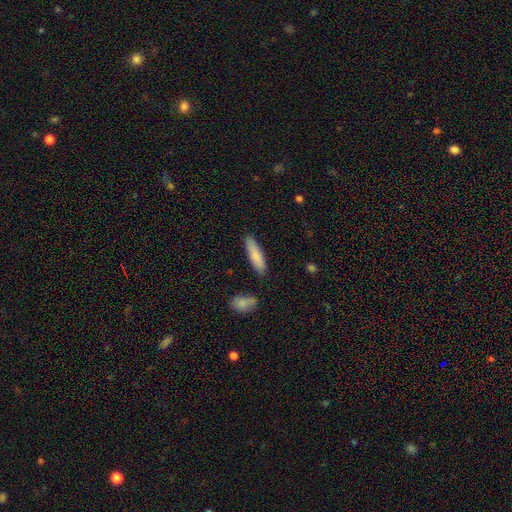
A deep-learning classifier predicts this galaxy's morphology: Smooth or featured? smooth (82%)
How rounded? cigar-shaped (68%)
Merging? none (83%)